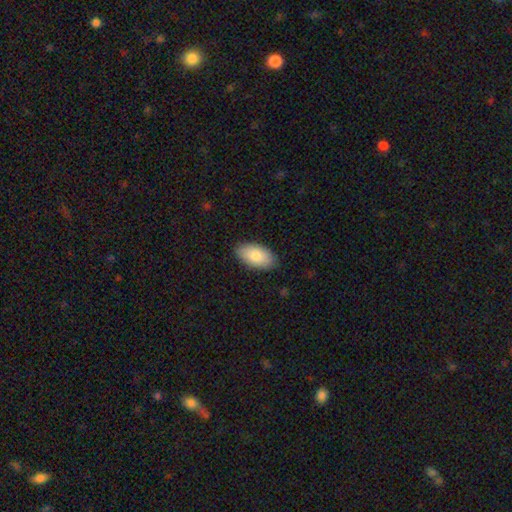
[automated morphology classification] This appears to be a smooth galaxy with no disk features (84%) that is in between round and cigar-shaped (95%). Merging: none (87%).